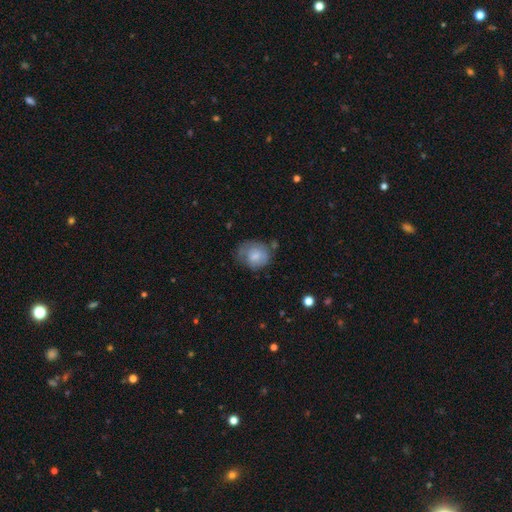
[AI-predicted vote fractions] smooth_or_featured: smooth (p=0.69) [alt: featured or disk p=0.23]
how_rounded: round (p=0.61) [alt: in between p=0.38]
merging: none (p=0.49) [alt: minor disturbance p=0.31]